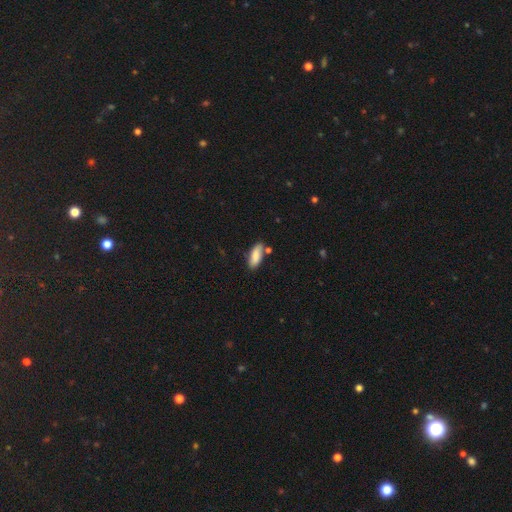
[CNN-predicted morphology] Q: Smooth or featured?
A: smooth (82%); runner-up: featured or disk (11%)
Q: How rounded?
A: in between (72%); runner-up: cigar-shaped (26%)
Q: Merging?
A: none (71%); runner-up: minor disturbance (18%)